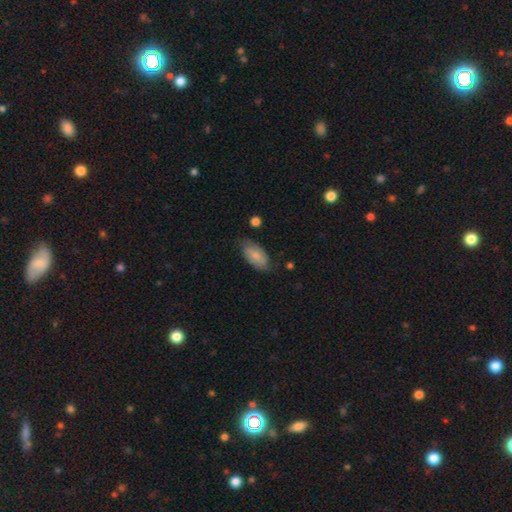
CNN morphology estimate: type=smooth (72%); roundness=in between (93%); merging=none (65%).